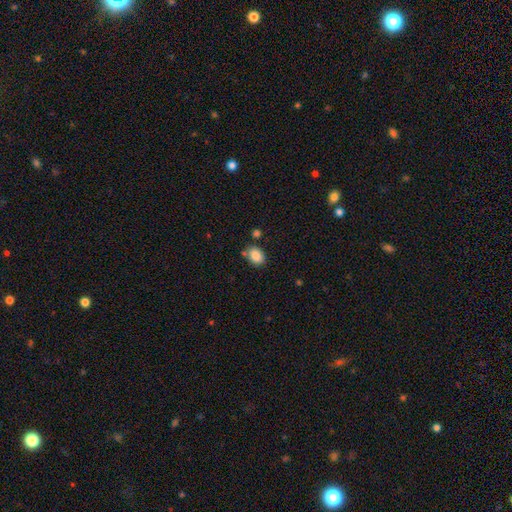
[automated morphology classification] smooth-or-featured: smooth: 87% | star or artifact: 8% | featured or disk: 5%
  how-rounded: in between: 71% | round: 28% | cigar-shaped: 1%
  merging: none: 72% | minor disturbance: 15% | merger: 10% | major disturbance: 4%